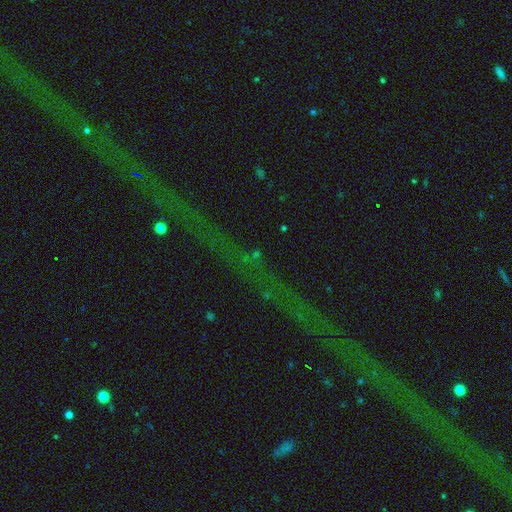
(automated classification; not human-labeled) A star or artifact, not a galaxy (66%).

Vote fractions:
- Smooth or featured? star or artifact: 66% / featured or disk: 18% / smooth: 16%